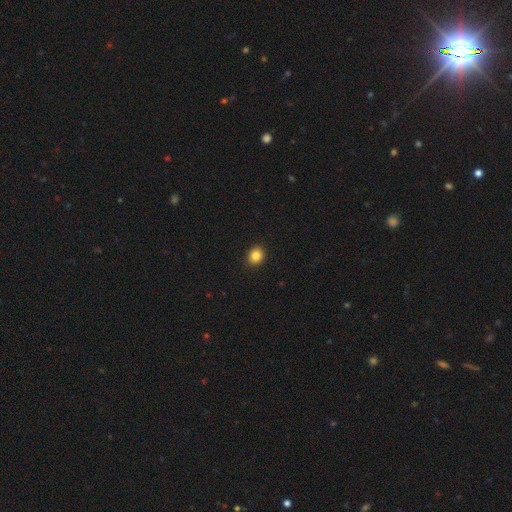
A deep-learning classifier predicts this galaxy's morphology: This is clearly a smooth galaxy (85%). How rounded: likely round (67%). Merging: clearly none (92%).